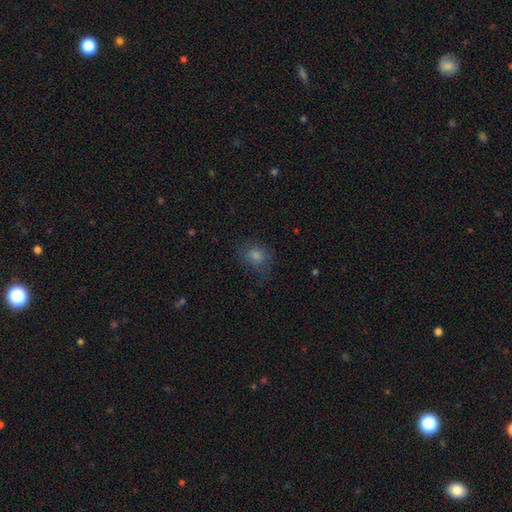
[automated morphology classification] type=smooth (69%); roundness=round (64%); merging=none (69%).